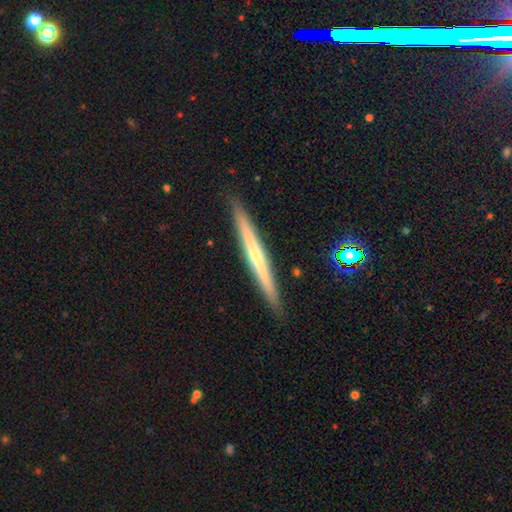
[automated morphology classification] featured or disk 59%, smooth 34%, star or artifact 6%. Down the decision tree: edge-on disk — yes (97%); edge-on bulge — none (59%); merging — none (91%).